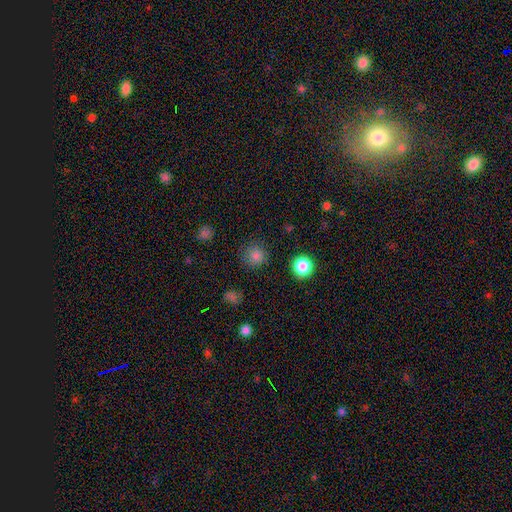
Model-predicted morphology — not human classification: Q: Smooth or featured?
A: smooth (81%); runner-up: star or artifact (15%)
Q: How rounded?
A: round (94%); runner-up: in between (5%)
Q: Merging?
A: none (87%); runner-up: minor disturbance (8%)